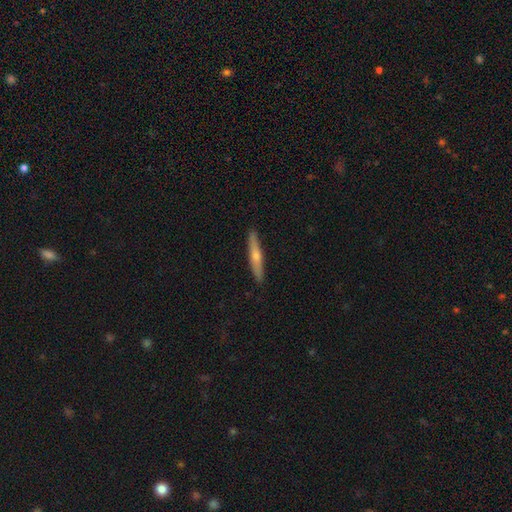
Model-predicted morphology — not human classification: Q: Smooth or featured?
A: featured or disk (55%); runner-up: smooth (39%)
Q: Edge-on disk?
A: yes (95%); runner-up: no (5%)
Q: Edge-on bulge?
A: rounded (80%); runner-up: none (16%)
Q: Merging?
A: none (90%); runner-up: minor disturbance (7%)